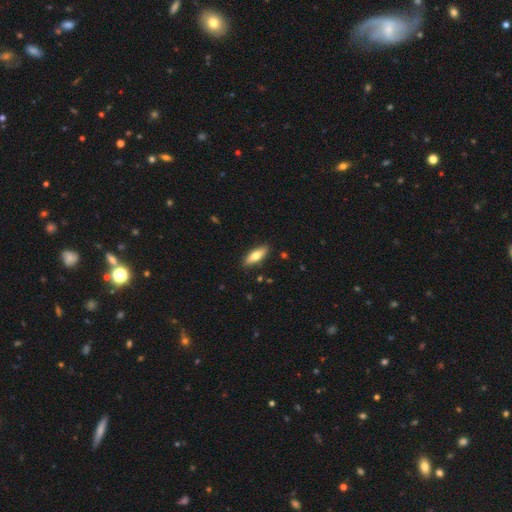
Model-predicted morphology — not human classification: A smooth galaxy with no disk features (66%) that is in between round and cigar-shaped (57%).

Vote fractions:
- Smooth or featured? smooth: 66% / featured or disk: 28% / star or artifact: 6%
- How rounded? in between: 57% / cigar-shaped: 40% / round: 2%
- Merging? none: 88% / minor disturbance: 9% / major disturbance: 2% / merger: 1%